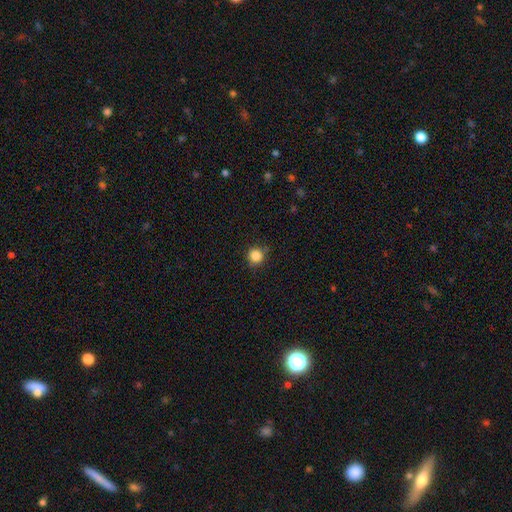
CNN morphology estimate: smooth 85%, star or artifact 11%, featured or disk 4%. Down the decision tree: how rounded — round (93%); merging — none (85%).